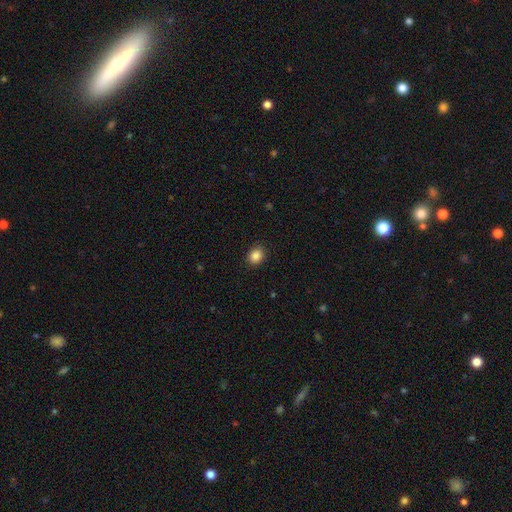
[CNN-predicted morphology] Smooth or featured? smooth (87%)
How rounded? round (62%)
Merging? none (90%)